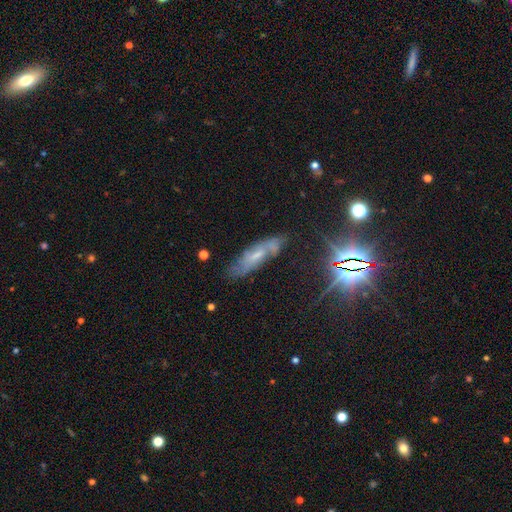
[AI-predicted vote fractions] Smooth or featured? Predicted: featured or disk (p=0.55). Edge-on disk? Predicted: no (p=0.70). Merging? Predicted: none (p=0.64).